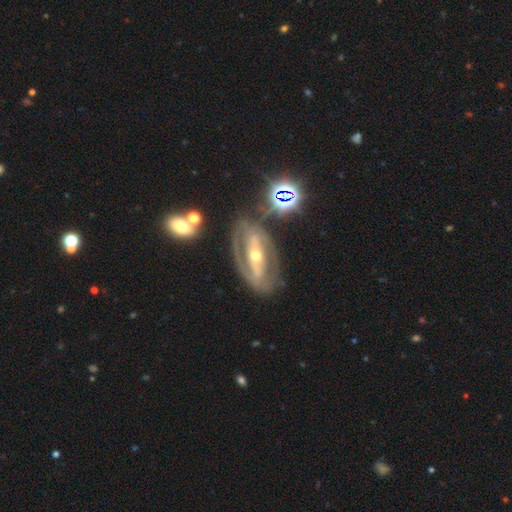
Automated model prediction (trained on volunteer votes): The model was most divided on "spiral winding": tight: 47%, medium: 39%, loose: 15%. More confident: edge-on disk — no (91%); smooth or featured — featured or disk (82%); spiral arms — yes (75%); spiral arm count — 2 (74%); merging — none (66%); bar — strong (60%); bulge size — moderate (55%).